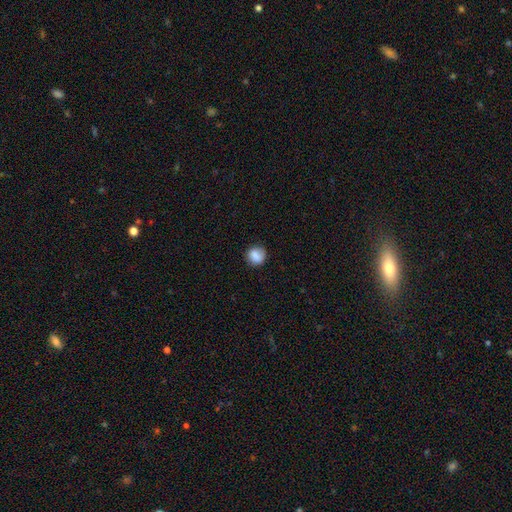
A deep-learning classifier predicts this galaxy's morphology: Smooth or featured? Predicted: smooth (p=0.84). How rounded? Predicted: round (p=0.83). Merging? Predicted: none (p=0.80).